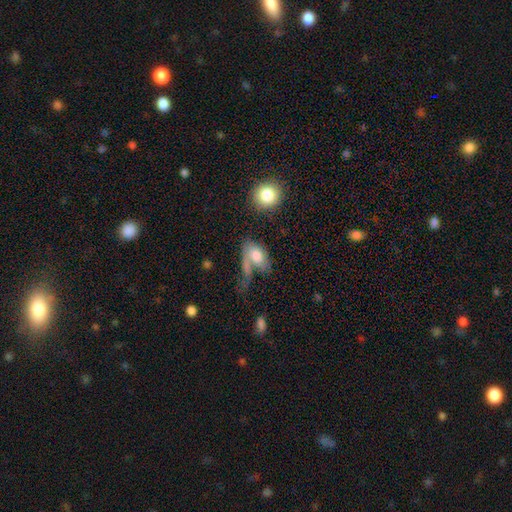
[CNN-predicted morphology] Q: Smooth or featured?
A: smooth (67%); runner-up: featured or disk (23%)
Q: How rounded?
A: in between (83%); runner-up: round (13%)
Q: Merging?
A: none (29%); runner-up: major disturbance (28%)